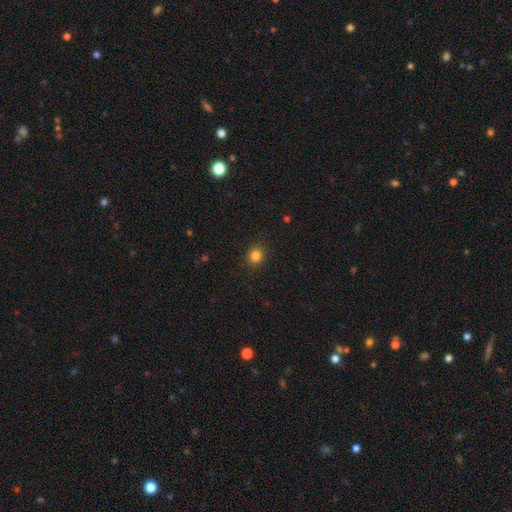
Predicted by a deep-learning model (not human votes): The model was most divided on "how rounded": round: 75%, in between: 24%, cigar-shaped: 1%. More confident: merging — none (90%); smooth or featured — smooth (83%).